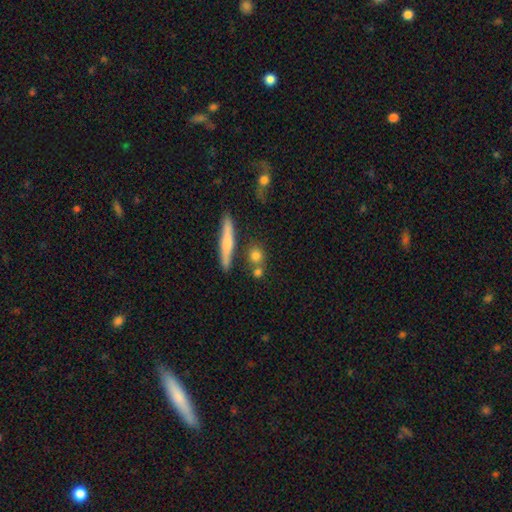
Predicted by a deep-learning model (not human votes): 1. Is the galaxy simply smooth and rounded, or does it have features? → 75% smooth, 15% featured or disk, 10% star or artifact.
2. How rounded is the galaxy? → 64% round, 18% in between, 18% cigar-shaped.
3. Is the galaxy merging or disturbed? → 64% none, 20% merger, 12% minor disturbance, 4% major disturbance.